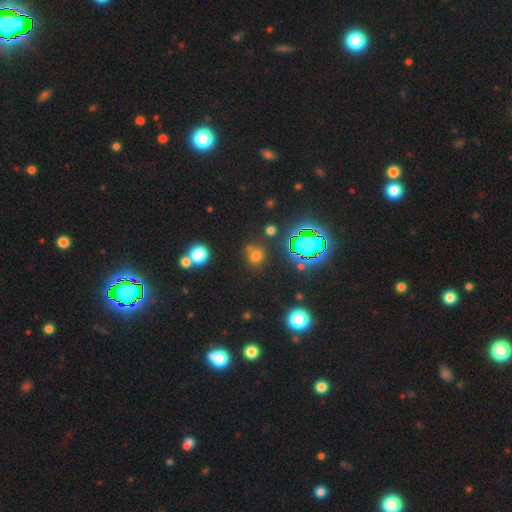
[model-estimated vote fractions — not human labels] Q: Smooth or featured?
A: smooth (59%); runner-up: star or artifact (33%)
Q: How rounded?
A: round (81%); runner-up: in between (18%)
Q: Merging?
A: none (71%); runner-up: merger (13%)